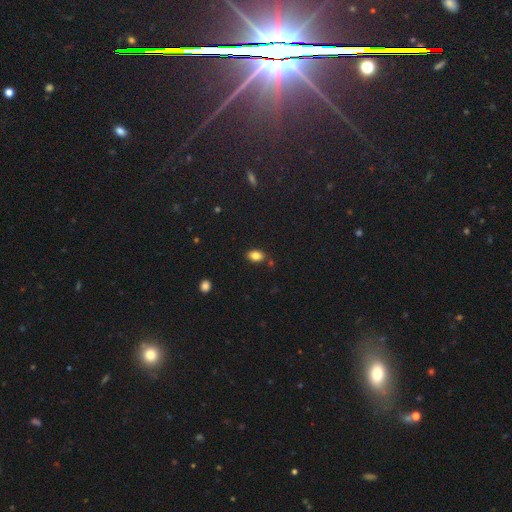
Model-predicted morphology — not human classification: Smooth or featured?
  - smooth: 83% *
  - star or artifact: 10%
  - featured or disk: 7%
How rounded?
  - in between: 84% *
  - round: 15%
  - cigar-shaped: 2%
Merging?
  - none: 81% *
  - minor disturbance: 13%
  - merger: 4%
  - major disturbance: 3%